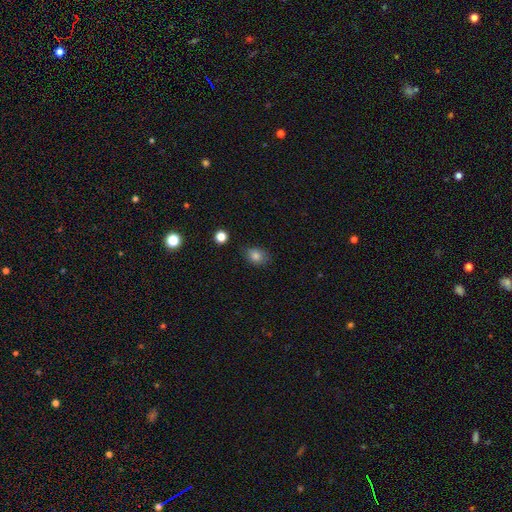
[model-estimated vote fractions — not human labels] Q: Smooth or featured?
A: smooth (81%); runner-up: star or artifact (11%)
Q: How rounded?
A: in between (66%); runner-up: round (33%)
Q: Merging?
A: none (78%); runner-up: minor disturbance (16%)